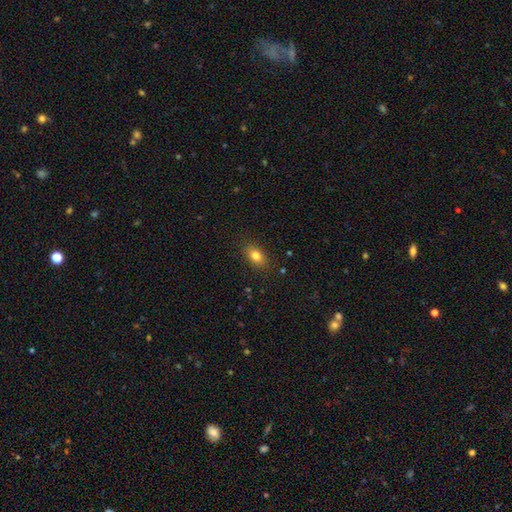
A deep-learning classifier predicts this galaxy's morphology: type=smooth (82%); roundness=in between (84%); merging=none (86%).